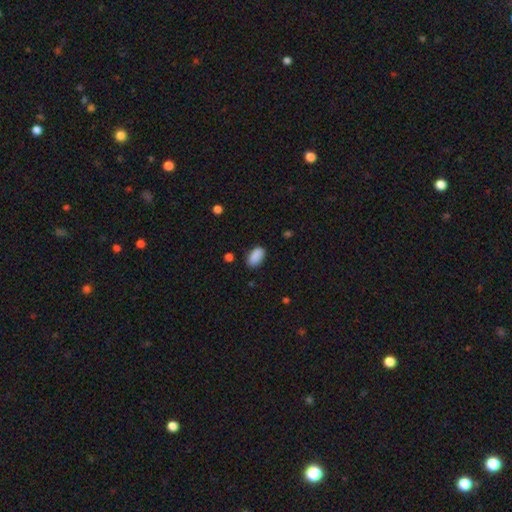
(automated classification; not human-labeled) This is clearly a smooth galaxy (89%). How rounded: clearly in between (93%). Merging: clearly none (83%).